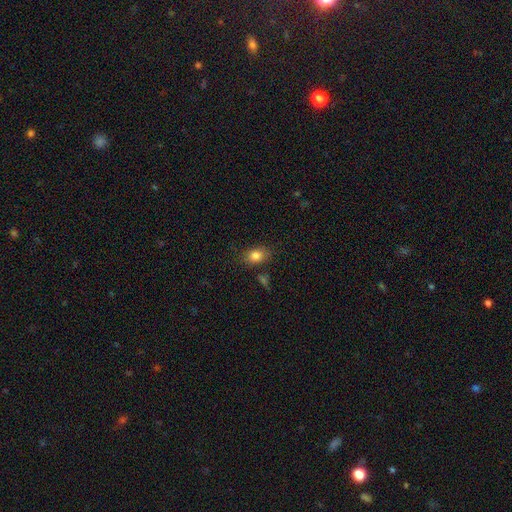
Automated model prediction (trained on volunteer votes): smooth-or-featured: smooth: 83% | star or artifact: 10% | featured or disk: 7%
  how-rounded: in between: 71% | round: 27% | cigar-shaped: 2%
  merging: none: 79% | minor disturbance: 14% | merger: 4% | major disturbance: 4%